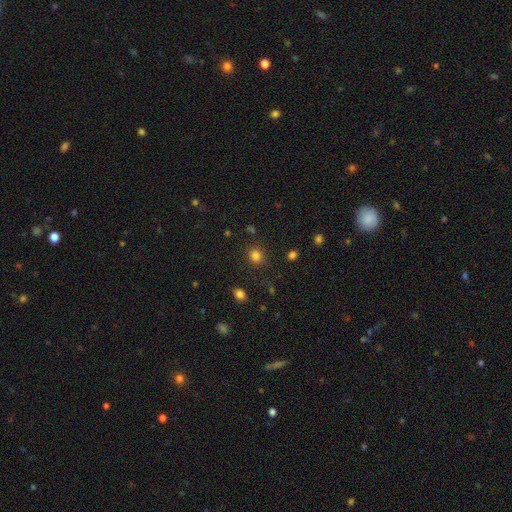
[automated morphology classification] A smooth galaxy with no disk features (81%) that is round (86%).

Vote fractions:
- Smooth or featured? smooth: 81% / star or artifact: 14% / featured or disk: 4%
- How rounded? round: 86% / in between: 13% / cigar-shaped: 1%
- Merging? none: 84% / minor disturbance: 10% / major disturbance: 4% / merger: 2%